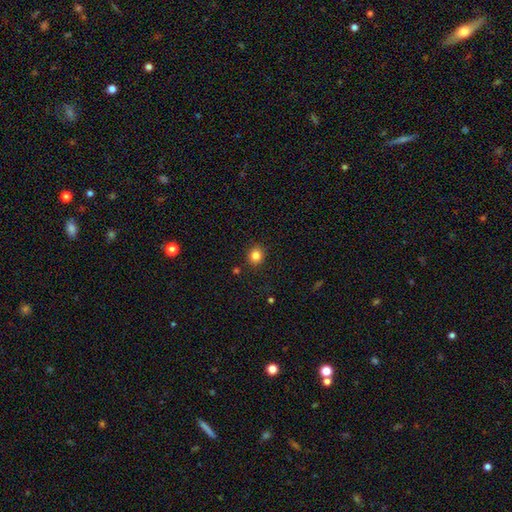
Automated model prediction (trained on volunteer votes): smooth 83%, star or artifact 12%, featured or disk 5%. Down the decision tree: how rounded — round (78%); merging — none (89%).